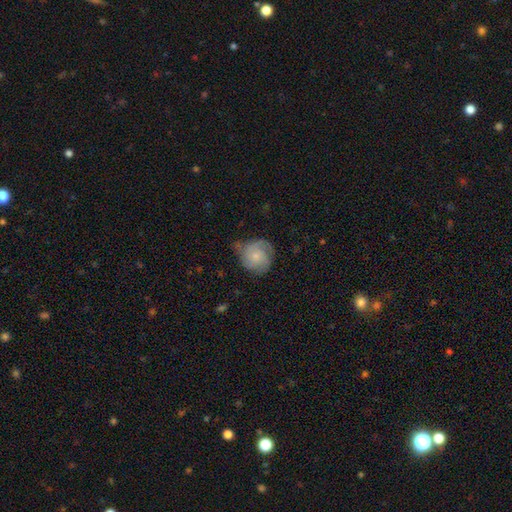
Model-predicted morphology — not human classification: This is possibly a featured or disk galaxy (51%). It is clearly not viewed edge-on (98%). Bar: likely no (80%). Spiral arm pattern: clearly yes (86%). Central bulge: likely small (61%). Merging: possibly none (56%).